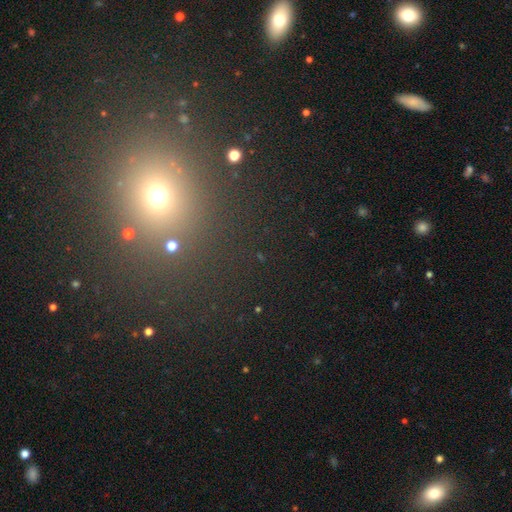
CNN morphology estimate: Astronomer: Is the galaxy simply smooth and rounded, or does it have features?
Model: smooth — 46% (runner-up: star or artifact, 45%).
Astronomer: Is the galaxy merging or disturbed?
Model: none — 85%.